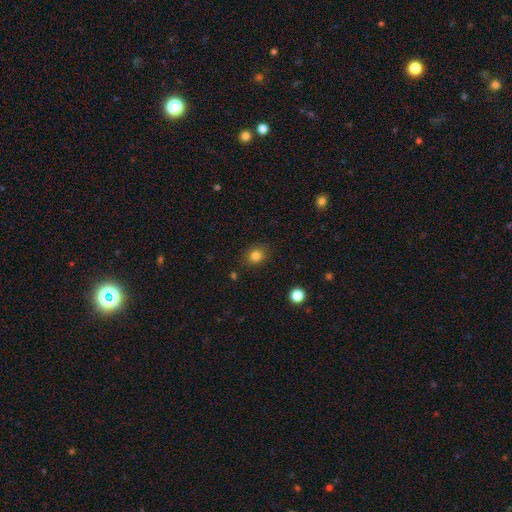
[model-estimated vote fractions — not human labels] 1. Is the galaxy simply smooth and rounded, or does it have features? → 81% smooth, 12% star or artifact, 6% featured or disk.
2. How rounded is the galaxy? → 64% round, 35% in between, 1% cigar-shaped.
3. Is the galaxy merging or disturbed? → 85% none, 11% minor disturbance, 3% major disturbance, 2% merger.